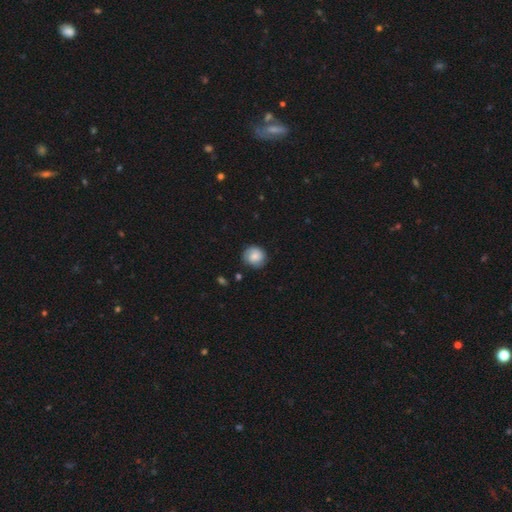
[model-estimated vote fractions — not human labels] The model was most divided on "smooth or featured": smooth: 71%, featured or disk: 21%, star or artifact: 8%. More confident: how rounded — round (86%); merging — none (81%).